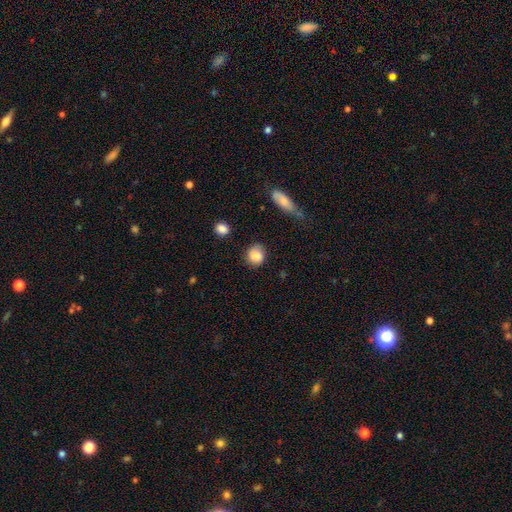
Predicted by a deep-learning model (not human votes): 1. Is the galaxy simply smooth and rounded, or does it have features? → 85% smooth, 8% star or artifact, 7% featured or disk.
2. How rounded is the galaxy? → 75% round, 23% in between, 1% cigar-shaped.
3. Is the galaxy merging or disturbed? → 74% none, 19% minor disturbance, 5% major disturbance, 3% merger.